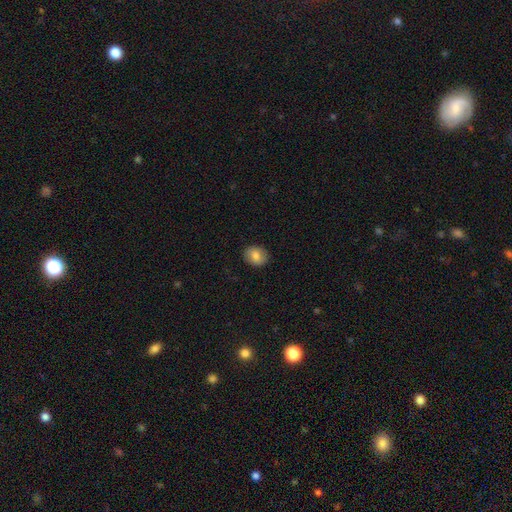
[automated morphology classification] Overall: smooth (80%). How rounded: round (53%; in between 46%). Merging: none (89%).